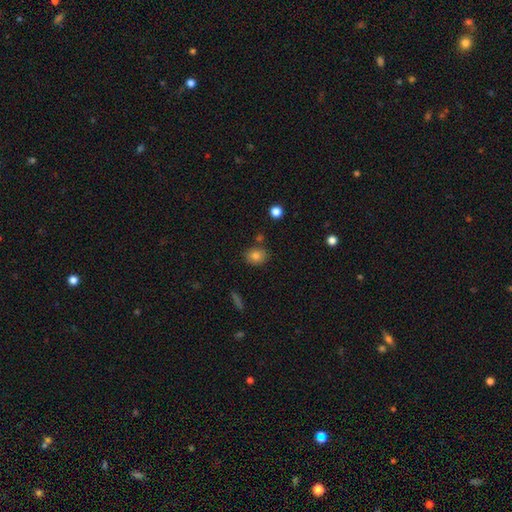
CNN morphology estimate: Smooth or featured? smooth (81%)
How rounded? round (58%)
Merging? none (79%)